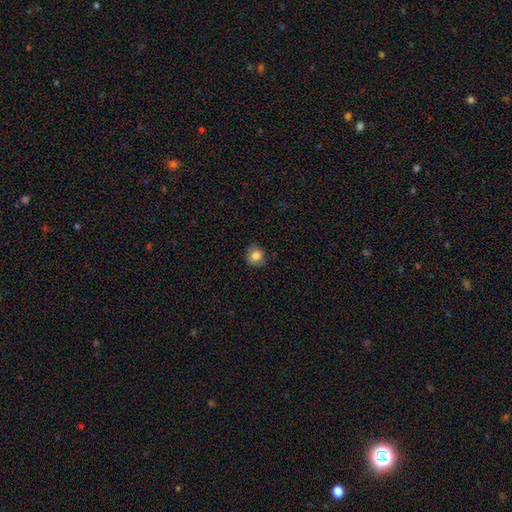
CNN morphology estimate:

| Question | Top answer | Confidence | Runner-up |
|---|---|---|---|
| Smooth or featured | smooth | 82% | star or artifact (10%) |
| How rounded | round | 84% | in between (15%) |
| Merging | none | 80% | minor disturbance (15%) |